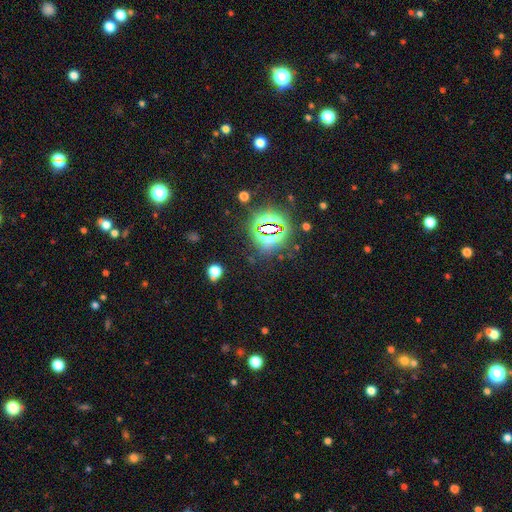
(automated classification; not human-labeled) A star or artifact, not a galaxy (80%).